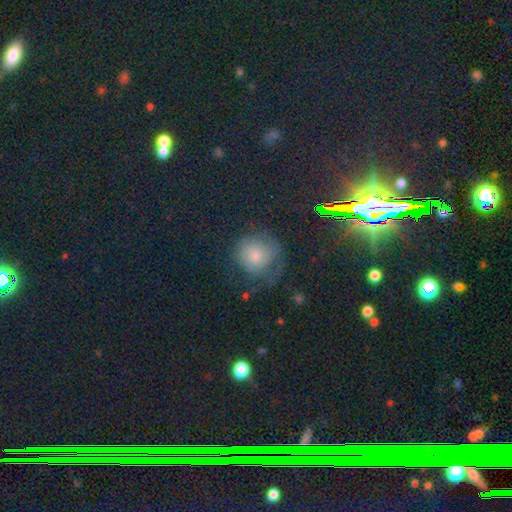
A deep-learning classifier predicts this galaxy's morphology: A smooth galaxy with no disk features (46%). Merging: none (57%).